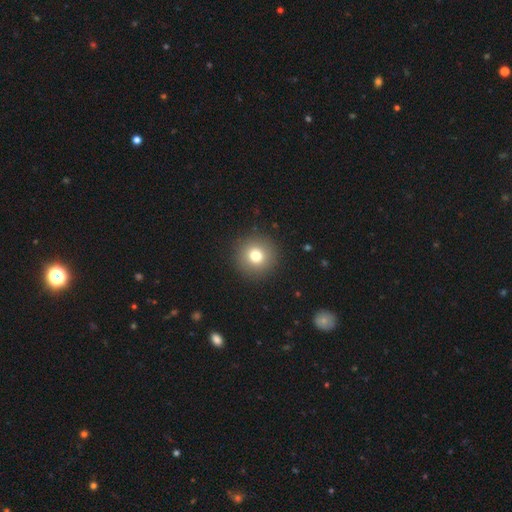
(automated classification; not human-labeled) The model was most divided on "smooth or featured": smooth: 77%, star or artifact: 12%, featured or disk: 11%. More confident: how rounded — round (95%); merging — none (92%).